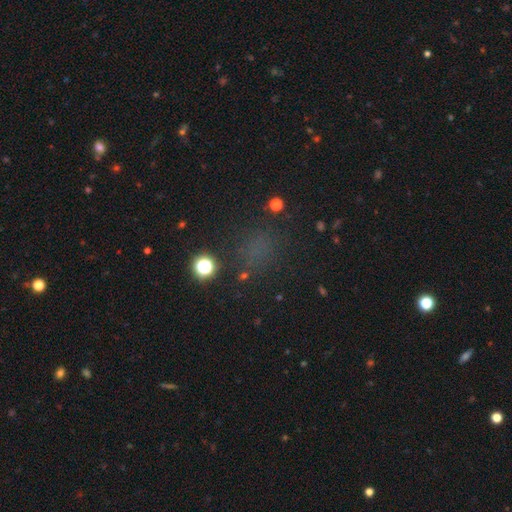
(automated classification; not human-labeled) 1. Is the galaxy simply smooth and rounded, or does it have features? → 49% smooth, 44% star or artifact, 7% featured or disk.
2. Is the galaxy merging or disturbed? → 79% none, 10% minor disturbance, 6% major disturbance, 5% merger.